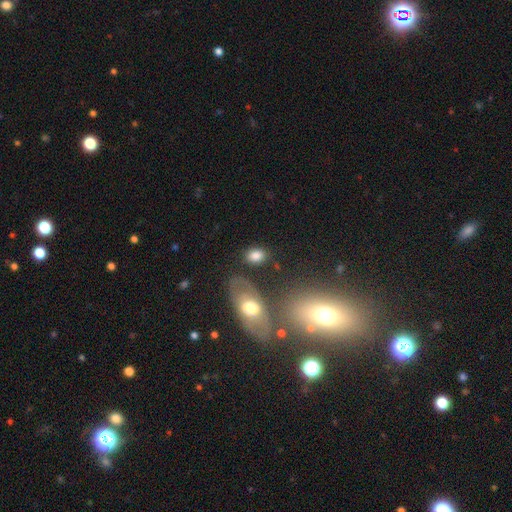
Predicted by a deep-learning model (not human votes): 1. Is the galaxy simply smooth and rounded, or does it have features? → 81% smooth, 10% featured or disk, 9% star or artifact.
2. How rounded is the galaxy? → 79% in between, 19% round, 2% cigar-shaped.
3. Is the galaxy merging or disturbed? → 72% none, 15% minor disturbance, 6% merger, 6% major disturbance.